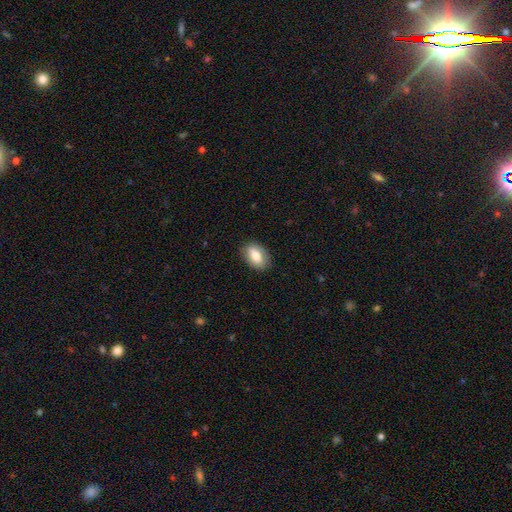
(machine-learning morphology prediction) Smooth or featured?
  - smooth: 75% *
  - featured or disk: 18%
  - star or artifact: 7%
How rounded?
  - in between: 89% *
  - round: 9%
  - cigar-shaped: 2%
Merging?
  - none: 84% *
  - minor disturbance: 12%
  - major disturbance: 3%
  - merger: 1%